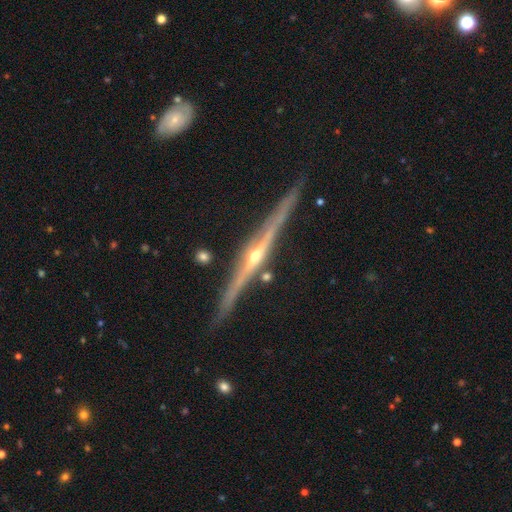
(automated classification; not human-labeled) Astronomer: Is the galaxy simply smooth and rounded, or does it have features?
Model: featured or disk — 89%.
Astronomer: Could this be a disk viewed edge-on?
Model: yes — 98%.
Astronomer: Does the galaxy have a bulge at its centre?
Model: rounded — 88%.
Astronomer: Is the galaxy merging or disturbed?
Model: none — 88%.